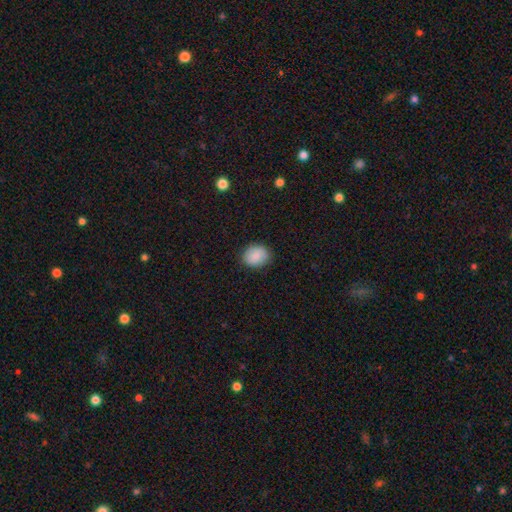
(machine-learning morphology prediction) Smooth or featured? smooth (89%)
How rounded? round (55%)
Merging? none (85%)